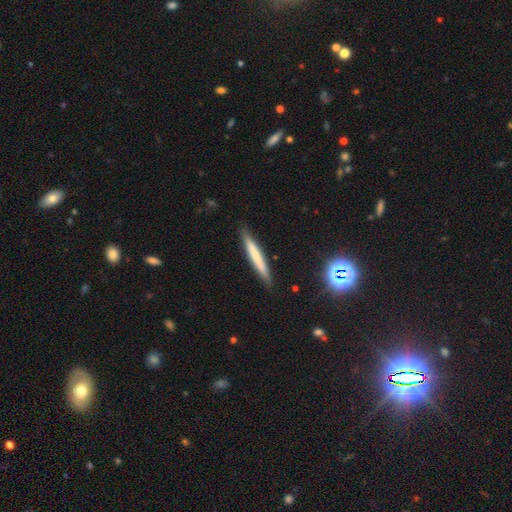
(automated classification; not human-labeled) Smooth or featured? smooth (63%)
How rounded? cigar-shaped (96%)
Merging? none (89%)